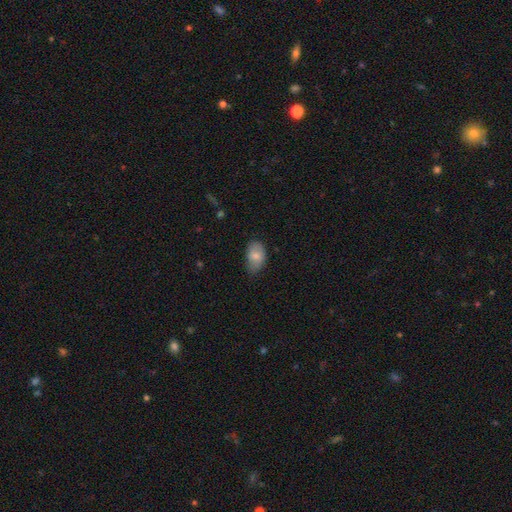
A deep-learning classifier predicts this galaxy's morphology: smooth_or_featured: smooth (p=0.78) [alt: featured or disk p=0.15]
how_rounded: in between (p=0.90) [alt: round p=0.09]
merging: none (p=0.60) [alt: minor disturbance p=0.33]